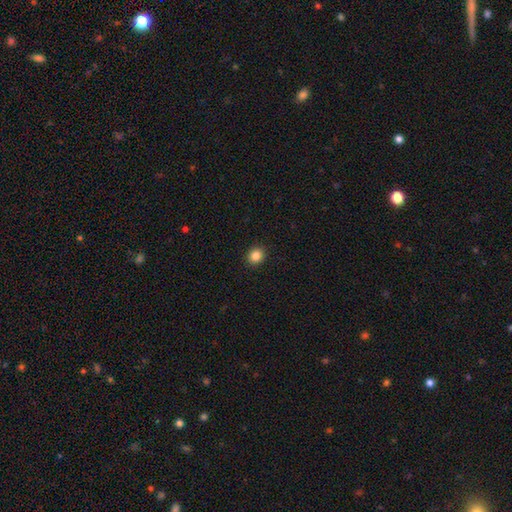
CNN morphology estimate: This is clearly a smooth galaxy (86%). How rounded: likely round (77%). Merging: clearly none (92%).